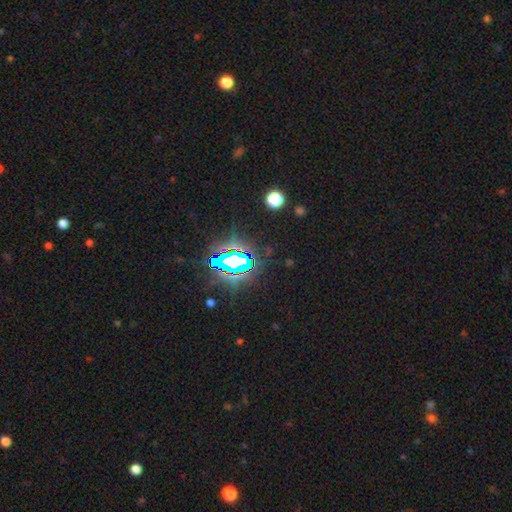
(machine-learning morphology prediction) A star or artifact, not a galaxy (83%).

Vote fractions:
- Smooth or featured? star or artifact: 83% / smooth: 10% / featured or disk: 7%